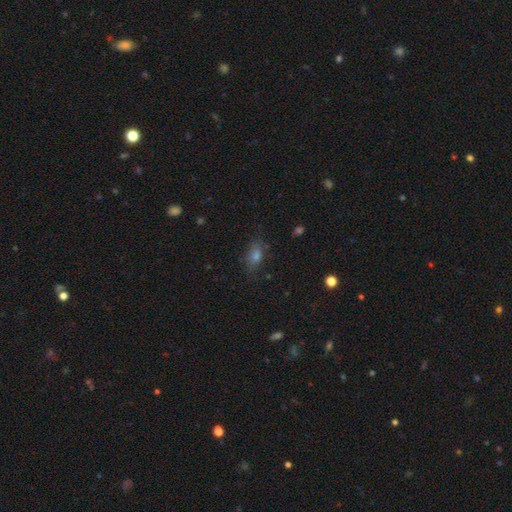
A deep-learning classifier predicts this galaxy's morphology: Q: Smooth or featured?
A: smooth (60%); runner-up: star or artifact (22%)
Q: How rounded?
A: in between (73%); runner-up: round (14%)
Q: Merging?
A: none (77%); runner-up: minor disturbance (16%)